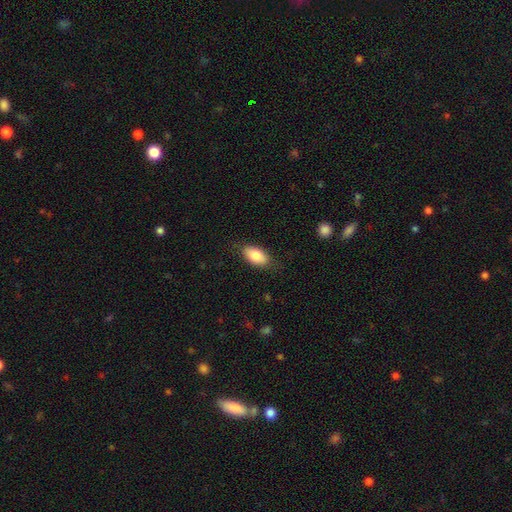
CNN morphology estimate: Smooth or featured: smooth — 83% (featured or disk — 11%)
How rounded: in between — 92% (cigar-shaped — 4%)
Merging: none — 81% (minor disturbance — 15%)